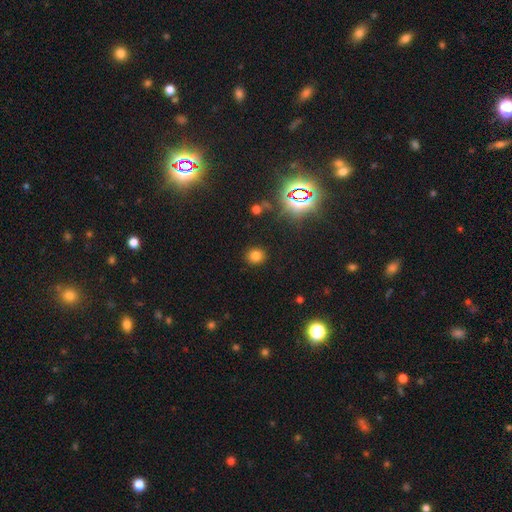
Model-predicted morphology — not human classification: smooth 77%, star or artifact 18%, featured or disk 6%. Down the decision tree: how rounded — round (83%); merging — none (89%).